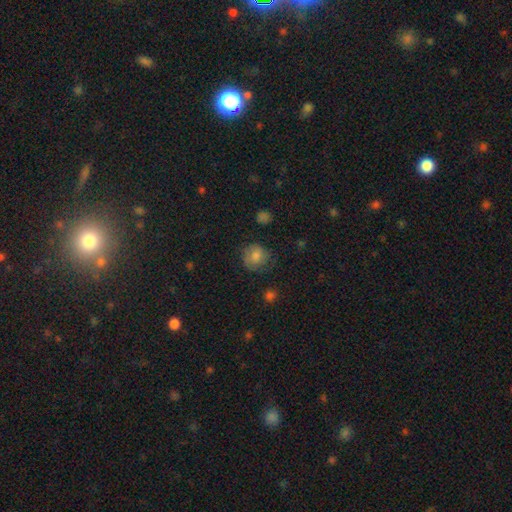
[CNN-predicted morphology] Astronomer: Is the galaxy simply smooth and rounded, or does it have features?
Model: smooth — 76%.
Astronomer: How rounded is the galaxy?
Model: round — 82%.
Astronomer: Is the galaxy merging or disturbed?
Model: none — 72%.